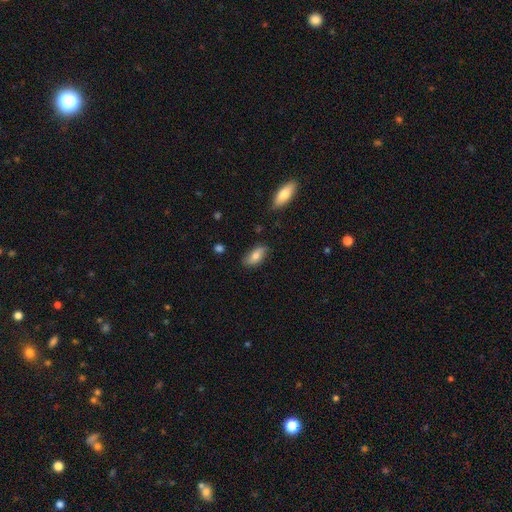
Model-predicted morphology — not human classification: smooth-or-featured: smooth: 74% | featured or disk: 19% | star or artifact: 7%
  how-rounded: in between: 86% | cigar-shaped: 10% | round: 4%
  merging: none: 75% | minor disturbance: 19% | major disturbance: 3% | merger: 2%